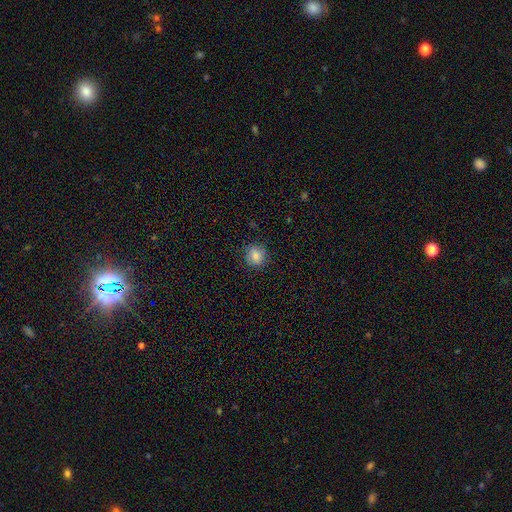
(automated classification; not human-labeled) smooth-or-featured: smooth: 82% | star or artifact: 10% | featured or disk: 8%
  how-rounded: round: 84% | in between: 15% | cigar-shaped: 1%
  merging: none: 86% | minor disturbance: 11% | major disturbance: 3% | merger: 1%